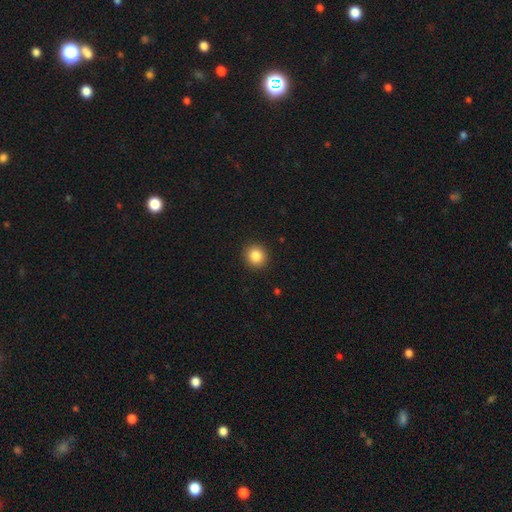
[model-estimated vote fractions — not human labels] Smooth or featured? Predicted: smooth (p=0.86). How rounded? Predicted: round (p=0.89). Merging? Predicted: none (p=0.92).